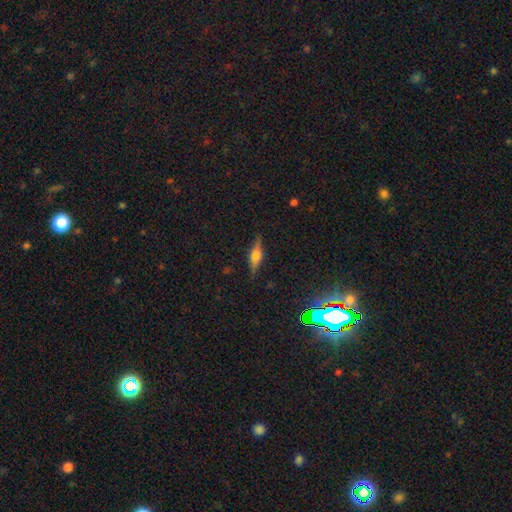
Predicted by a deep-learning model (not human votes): Smooth or featured? Predicted: featured or disk (p=0.63). Edge-on disk? Predicted: yes (p=0.96). Edge-on bulge? Predicted: rounded (p=0.85). Merging? Predicted: none (p=0.86).